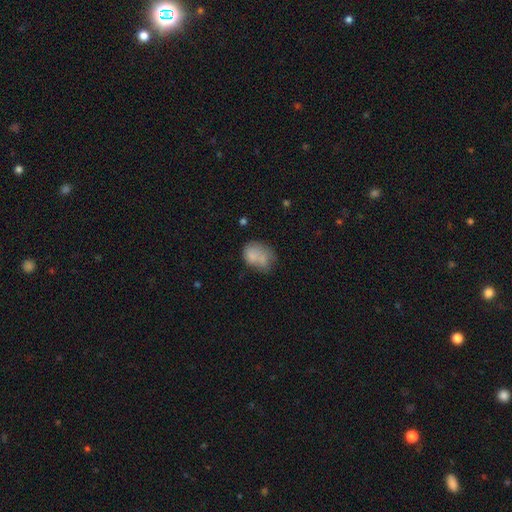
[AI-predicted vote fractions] This appears to be a smooth galaxy with no disk features (72%) that is in between round and cigar-shaped (61%). Merging: none (32%).